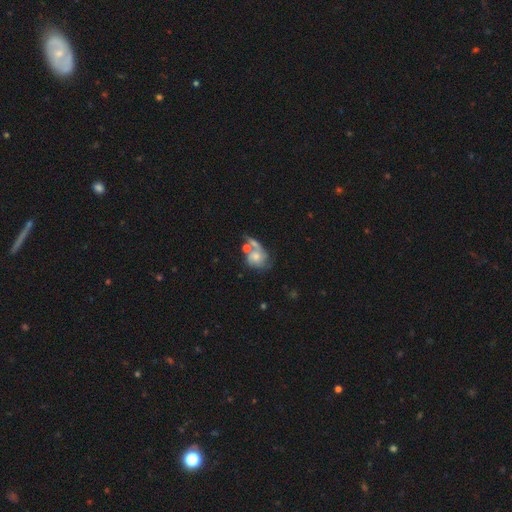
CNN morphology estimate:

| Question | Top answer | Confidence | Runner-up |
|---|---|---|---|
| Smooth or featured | featured or disk | 60% | smooth (32%) |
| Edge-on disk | no | 97% | yes (3%) |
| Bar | no | 77% | weak (19%) |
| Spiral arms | yes | 76% | no (24%) |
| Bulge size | moderate | 45% | small (39%) |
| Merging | merger | 39% | none (28%) |